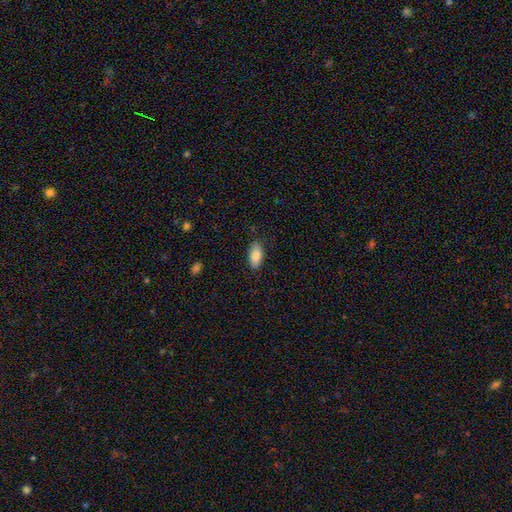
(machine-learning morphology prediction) This is clearly a smooth galaxy (85%). How rounded: clearly in between (92%). Merging: clearly none (85%).